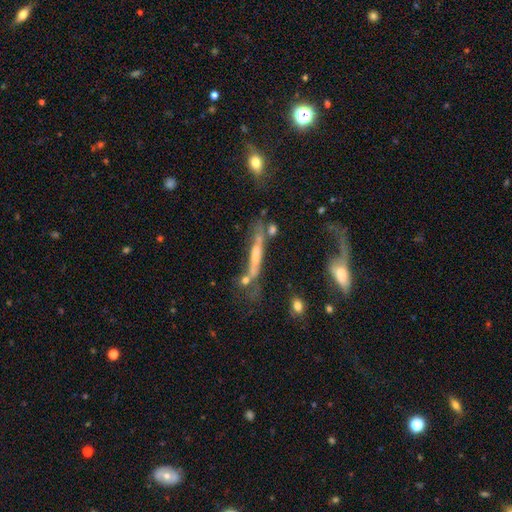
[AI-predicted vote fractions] Morphology: type=featured or disk (60%); edge-on=yes (76%); merging=none (39%).